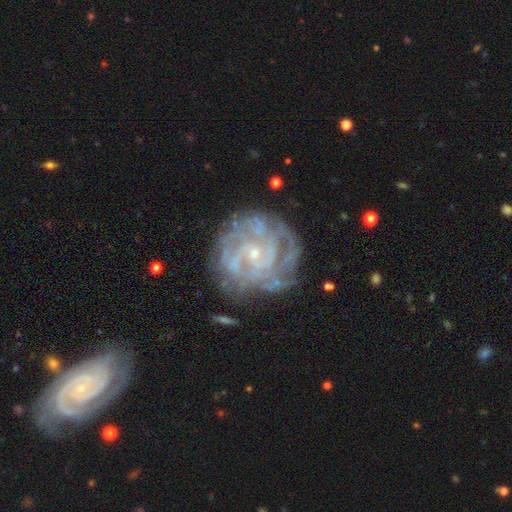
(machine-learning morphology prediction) Overall: featured or disk (83%). Edge-on disk: no (97%). Bar: no (63%; weak 29%). Spiral arms: yes (90%). Spiral arm count: can't tell (41%; 4 17%). Spiral winding: tight (74%). Bulge size: small (81%). Merging: none (72%).